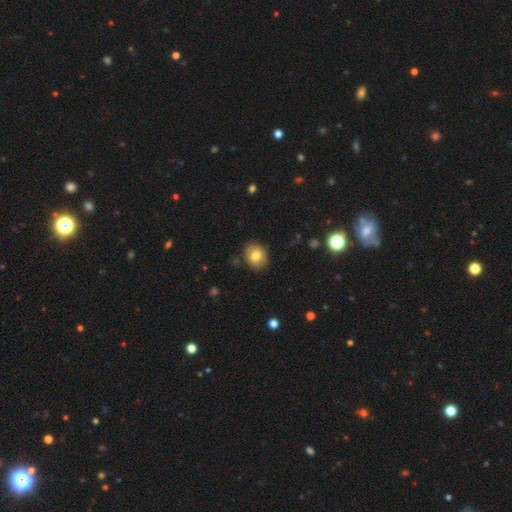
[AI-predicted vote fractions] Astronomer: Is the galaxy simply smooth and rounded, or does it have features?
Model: smooth — 75%.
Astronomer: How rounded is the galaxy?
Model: round — 60% (runner-up: in between, 39%).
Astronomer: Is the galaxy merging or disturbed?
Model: none — 85%.